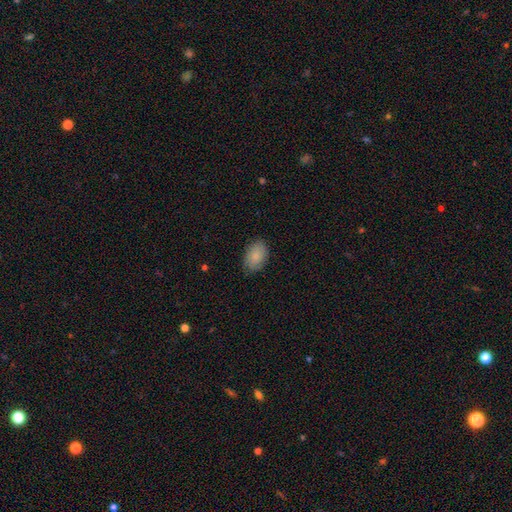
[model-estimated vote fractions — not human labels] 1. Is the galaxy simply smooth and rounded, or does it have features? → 85% smooth, 9% featured or disk, 6% star or artifact.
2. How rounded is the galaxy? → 87% in between, 12% round, 1% cigar-shaped.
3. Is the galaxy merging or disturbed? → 81% none, 15% minor disturbance, 3% major disturbance, 1% merger.